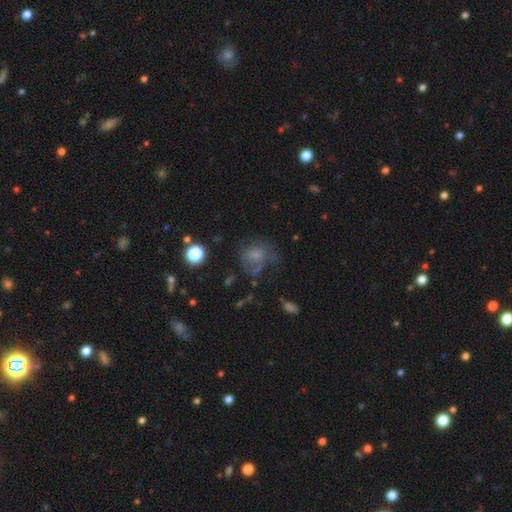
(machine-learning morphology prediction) This appears to be a smooth galaxy with no disk features (44%). Merging: none (41%).